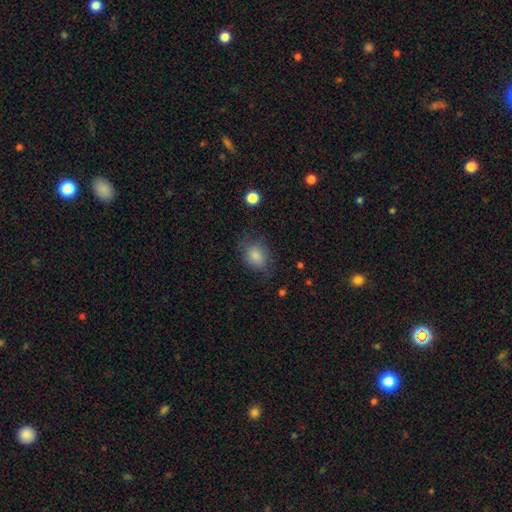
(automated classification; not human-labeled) The model was most divided on "how rounded": in between: 56%, round: 43%, cigar-shaped: 1%. More confident: smooth or featured — smooth (84%); merging — none (68%).